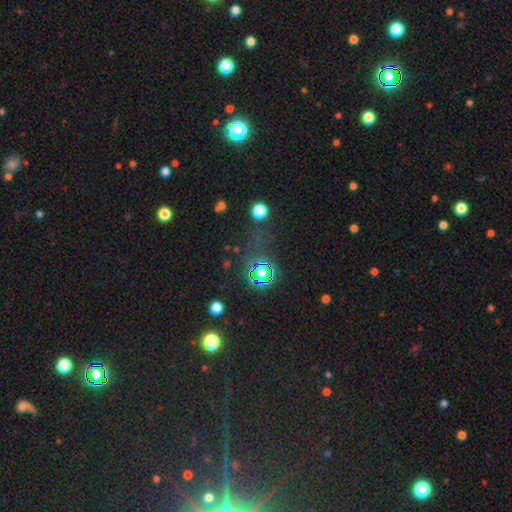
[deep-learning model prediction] The model was most divided on "smooth or featured": star or artifact: 75%, smooth: 16%, featured or disk: 9%.